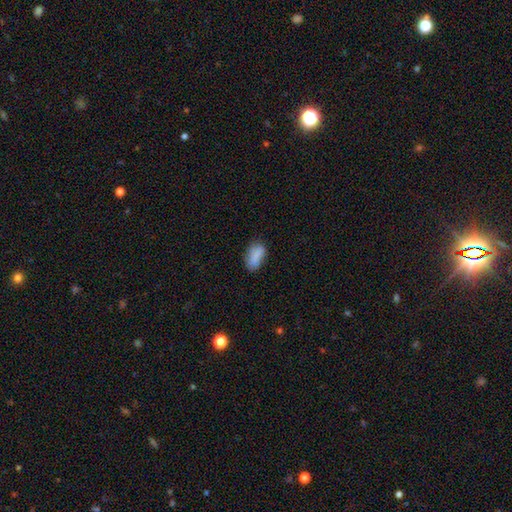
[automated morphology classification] Smooth or featured? Predicted: smooth (p=0.82). How rounded? Predicted: in between (p=0.89). Merging? Predicted: none (p=0.63).